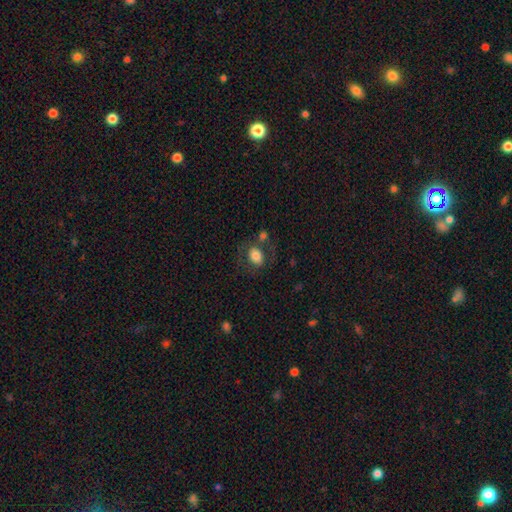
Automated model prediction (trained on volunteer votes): A smooth galaxy with no disk features (73%) that is in between round and cigar-shaped (62%).

Vote fractions:
- Smooth or featured? smooth: 73% / featured or disk: 18% / star or artifact: 8%
- How rounded? in between: 62% / round: 37% / cigar-shaped: 1%
- Merging? none: 58% / merger: 17% / minor disturbance: 15% / major disturbance: 11%